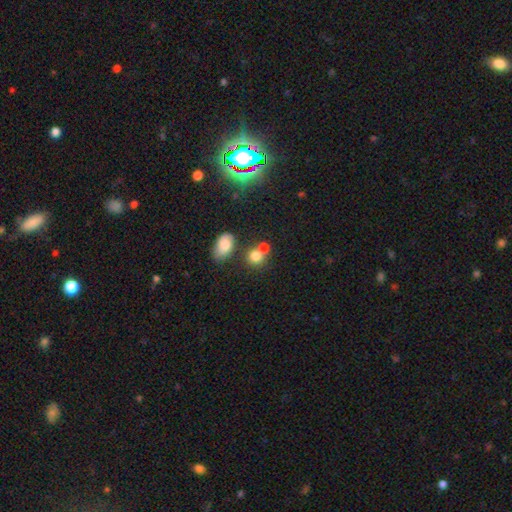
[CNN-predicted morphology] Smooth or featured: smooth — 77% (star or artifact — 13%)
How rounded: round — 77% (in between — 22%)
Merging: none — 47% (merger — 39%)